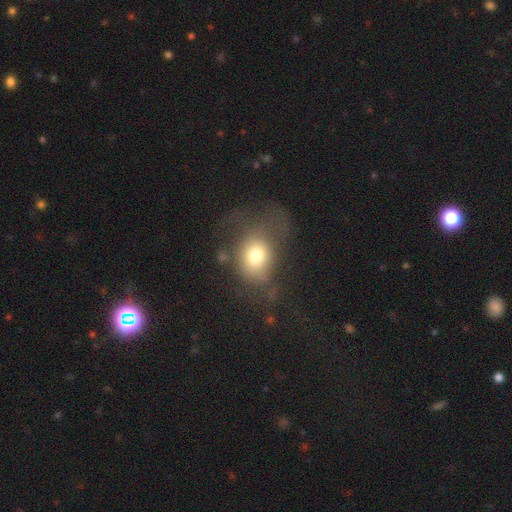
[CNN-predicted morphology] smooth_or_featured: smooth (p=0.71) [alt: featured or disk p=0.17]
how_rounded: in between (p=0.52) [alt: round p=0.47]
merging: none (p=0.39) [alt: major disturbance p=0.35]